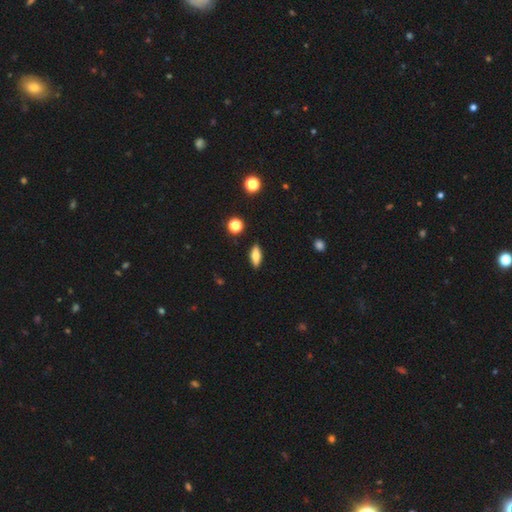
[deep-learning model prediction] smooth-or-featured: smooth: 72% | featured or disk: 19% | star or artifact: 8%
  how-rounded: in between: 65% | cigar-shaped: 31% | round: 4%
  merging: none: 88% | minor disturbance: 8% | major disturbance: 2% | merger: 1%